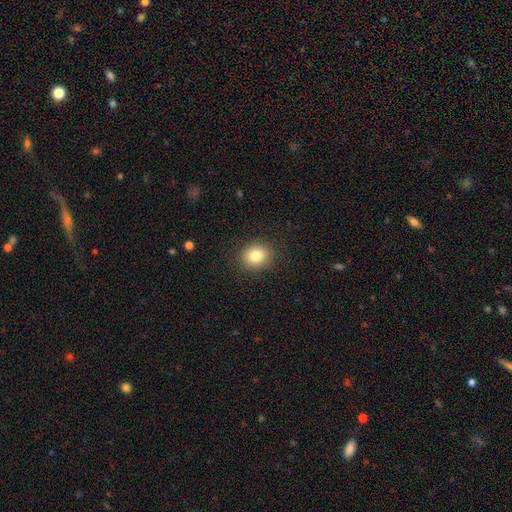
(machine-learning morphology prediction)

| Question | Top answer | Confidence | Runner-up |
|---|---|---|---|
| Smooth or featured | smooth | 82% | star or artifact (10%) |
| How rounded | round | 72% | in between (27%) |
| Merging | none | 89% | minor disturbance (7%) |